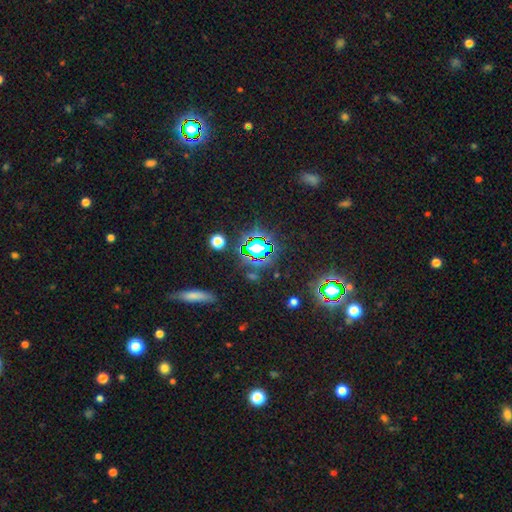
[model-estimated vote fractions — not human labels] Overall: star or artifact (71%).